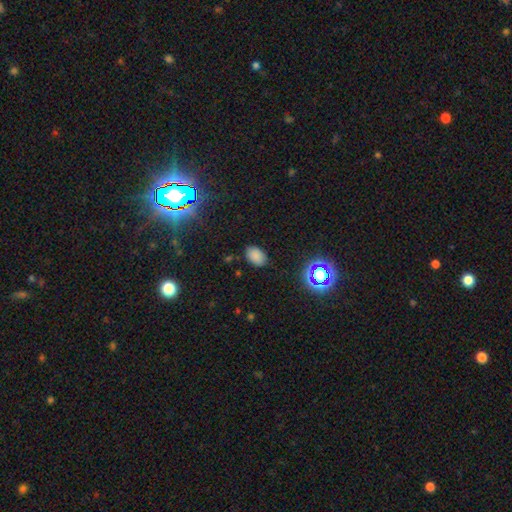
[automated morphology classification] type=smooth (78%); roundness=in between (86%); merging=none (83%).